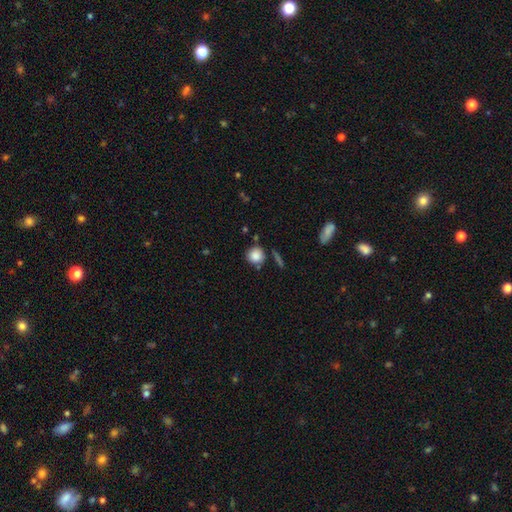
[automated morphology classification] This appears to be a smooth galaxy with no disk features (85%) that is round (90%). Merging: none (74%).